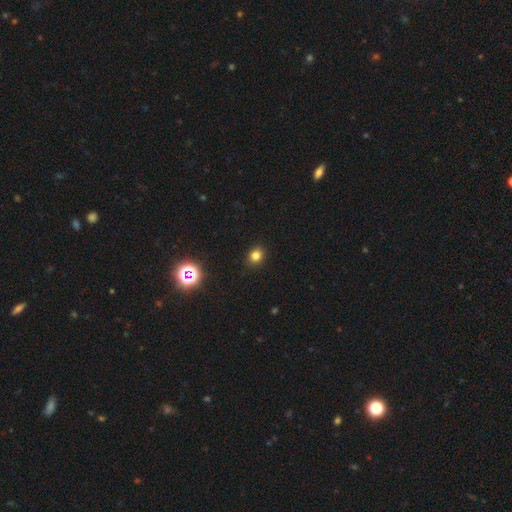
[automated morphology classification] This appears to be a smooth galaxy with no disk features (79%) that is round (73%). Merging: none (90%).